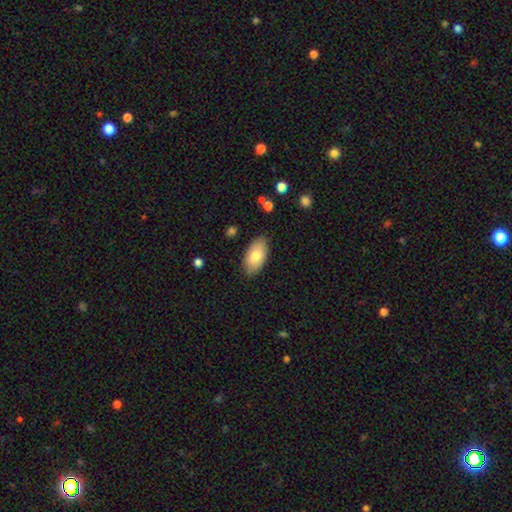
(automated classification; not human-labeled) This appears to be a smooth galaxy with no disk features (80%) that is in between round and cigar-shaped (95%). Merging: none (85%).